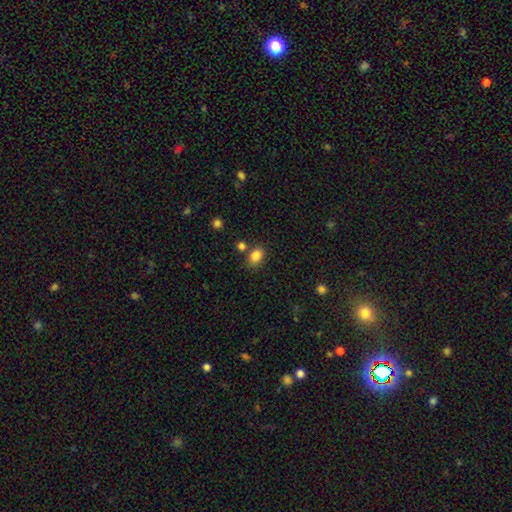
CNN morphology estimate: smooth-or-featured: smooth: 85% | star or artifact: 10% | featured or disk: 5%
  how-rounded: in between: 70% | round: 28% | cigar-shaped: 1%
  merging: none: 74% | minor disturbance: 12% | merger: 11% | major disturbance: 3%